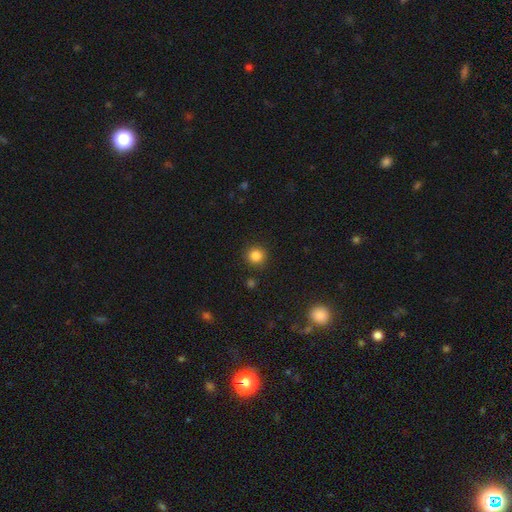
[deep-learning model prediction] Q: Smooth or featured?
A: smooth (84%); runner-up: star or artifact (12%)
Q: How rounded?
A: round (93%); runner-up: in between (6%)
Q: Merging?
A: none (90%); runner-up: minor disturbance (6%)